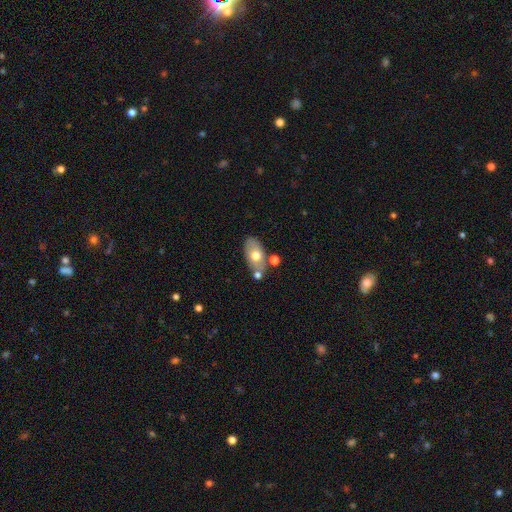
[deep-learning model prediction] smooth 62%, featured or disk 31%, star or artifact 7%. Down the decision tree: how rounded — in between (91%); merging — none (64%).